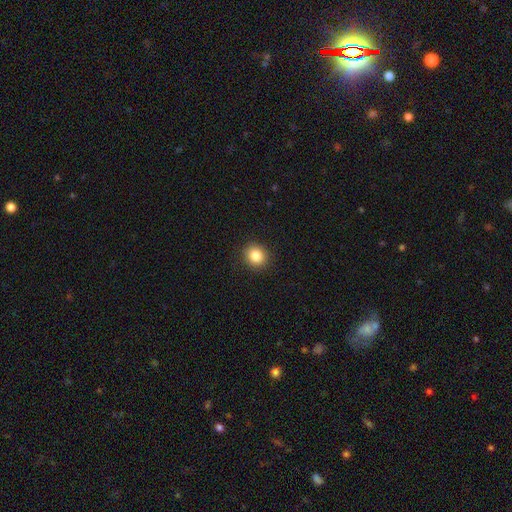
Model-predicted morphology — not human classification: Smooth or featured? smooth (85%)
How rounded? round (80%)
Merging? none (91%)